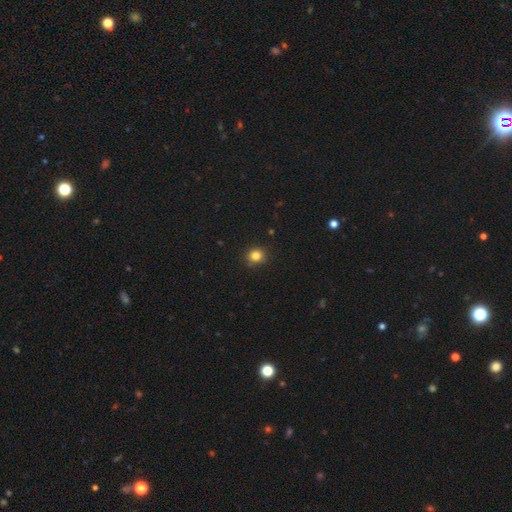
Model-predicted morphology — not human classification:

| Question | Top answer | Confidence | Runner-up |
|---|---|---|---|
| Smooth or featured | smooth | 83% | star or artifact (12%) |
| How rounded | round | 88% | in between (11%) |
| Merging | none | 89% | minor disturbance (8%) |